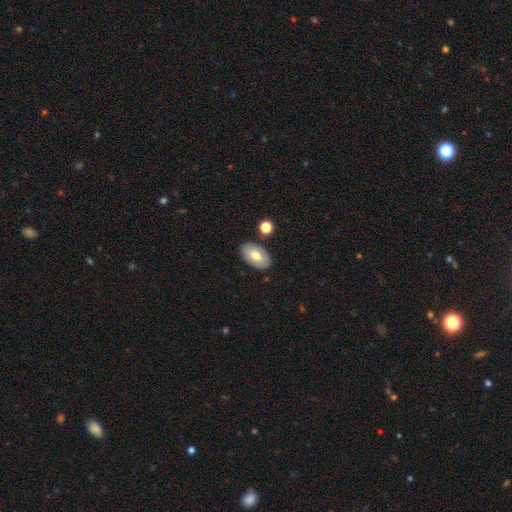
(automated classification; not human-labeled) Q: Smooth or featured?
A: smooth (69%); runner-up: featured or disk (24%)
Q: How rounded?
A: in between (93%); runner-up: round (5%)
Q: Merging?
A: none (83%); runner-up: minor disturbance (10%)